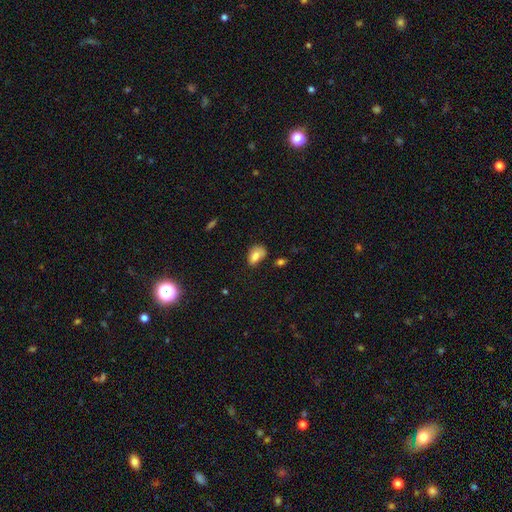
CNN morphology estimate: Smooth or featured? Predicted: smooth (p=0.78). How rounded? Predicted: in between (p=0.85). Merging? Predicted: none (p=0.44).